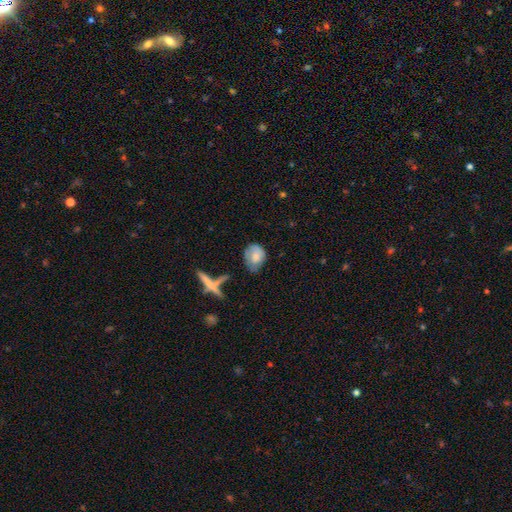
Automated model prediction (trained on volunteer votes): Overall: smooth (68%). How rounded: in between (59%; round 38%). Merging: none (45%; minor disturbance 34%).